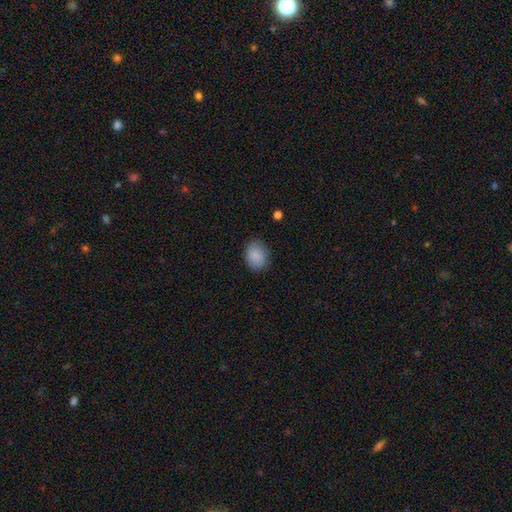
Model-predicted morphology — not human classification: This appears to be a smooth galaxy with no disk features (88%) that is in between round and cigar-shaped (52%). Merging: none (84%).